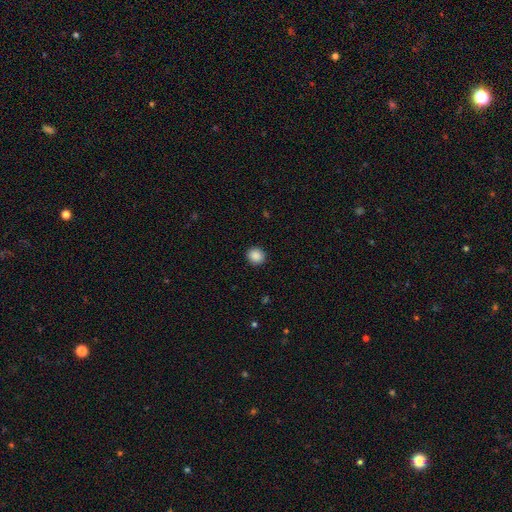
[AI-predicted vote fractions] Smooth or featured?
  - smooth: 88% *
  - star or artifact: 9%
  - featured or disk: 3%
How rounded?
  - round: 85% *
  - in between: 14%
  - cigar-shaped: 1%
Merging?
  - none: 91% *
  - minor disturbance: 6%
  - major disturbance: 2%
  - merger: 1%